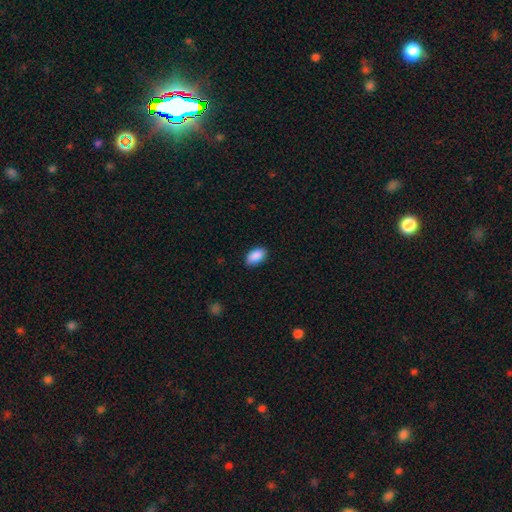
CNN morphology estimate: Smooth or featured? Predicted: smooth (p=0.90). How rounded? Predicted: in between (p=0.92). Merging? Predicted: none (p=0.84).